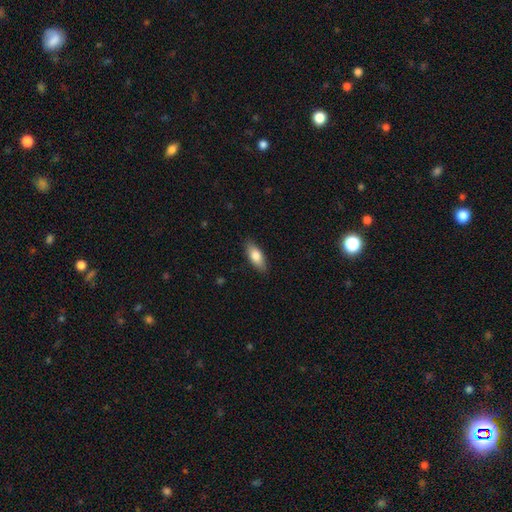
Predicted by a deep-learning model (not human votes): A smooth galaxy with no disk features (79%) that is in between round and cigar-shaped (78%). Merging: none (87%).